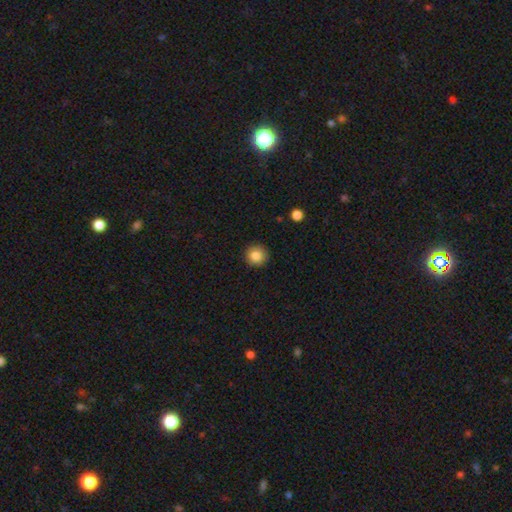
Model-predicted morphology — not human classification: Overall: smooth (84%). How rounded: round (94%). Merging: none (91%).